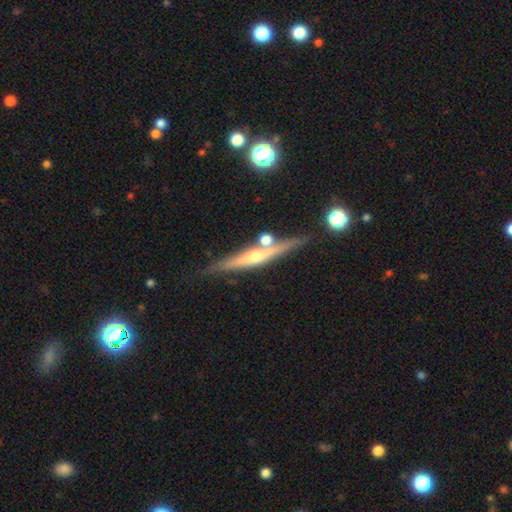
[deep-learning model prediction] The model was most divided on "edge-on bulge": rounded: 73%, none: 21%, boxy: 7%. More confident: edge-on disk — yes (97%); merging — none (81%); smooth or featured — featured or disk (76%).